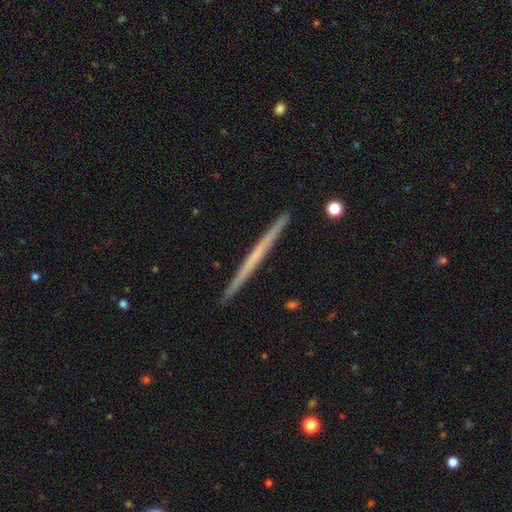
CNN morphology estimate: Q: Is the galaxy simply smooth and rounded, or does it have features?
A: featured or disk — 58%.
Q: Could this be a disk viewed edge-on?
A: yes — 98%.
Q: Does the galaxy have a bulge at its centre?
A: none — 91%.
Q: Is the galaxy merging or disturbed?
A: none — 93%.